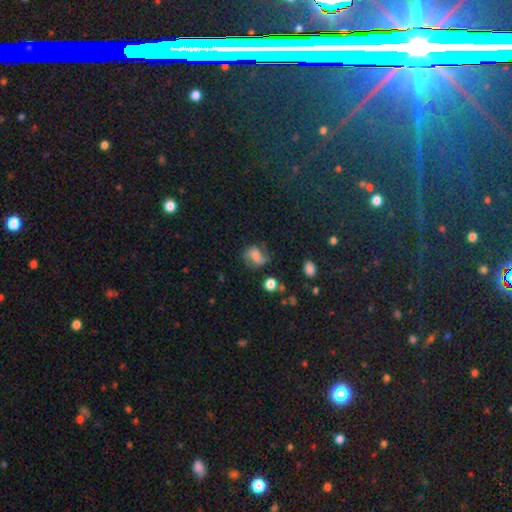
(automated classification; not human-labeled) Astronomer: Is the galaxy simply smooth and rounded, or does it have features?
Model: featured or disk — 53% (runner-up: smooth, 36%).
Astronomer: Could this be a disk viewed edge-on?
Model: no — 97%.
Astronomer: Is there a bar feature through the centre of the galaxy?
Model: weak — 43% (runner-up: no, 39%).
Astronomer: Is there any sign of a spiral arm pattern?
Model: yes — 89%.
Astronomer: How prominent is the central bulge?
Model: moderate — 34% (runner-up: small, 31%).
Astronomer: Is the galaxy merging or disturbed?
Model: none — 64%.